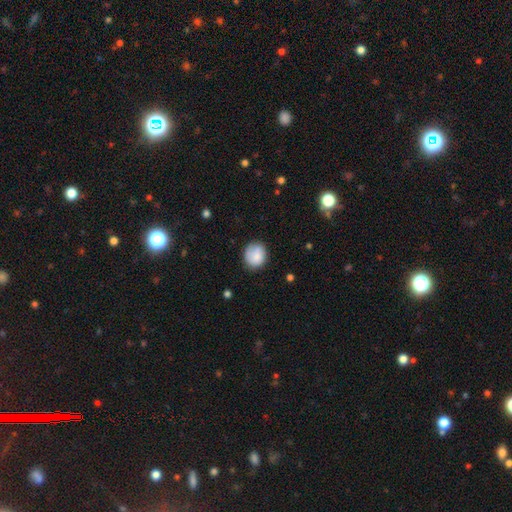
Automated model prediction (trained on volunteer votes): This is clearly a smooth galaxy (81%). How rounded: likely round (74%). Merging: likely none (73%).